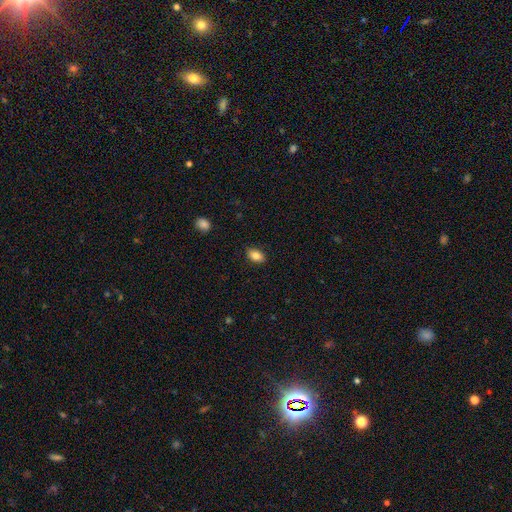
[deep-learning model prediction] smooth_or_featured: smooth (p=0.83) [alt: featured or disk p=0.09]
how_rounded: in between (p=0.89) [alt: round p=0.10]
merging: none (p=0.88) [alt: minor disturbance p=0.09]